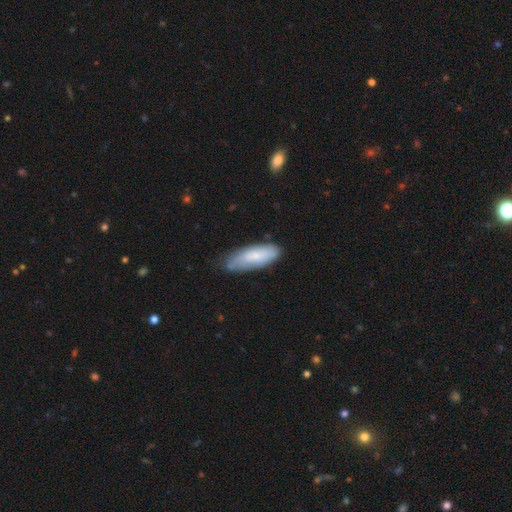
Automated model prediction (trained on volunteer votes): Smooth or featured? smooth (67%)
How rounded? in between (63%)
Merging? none (67%)